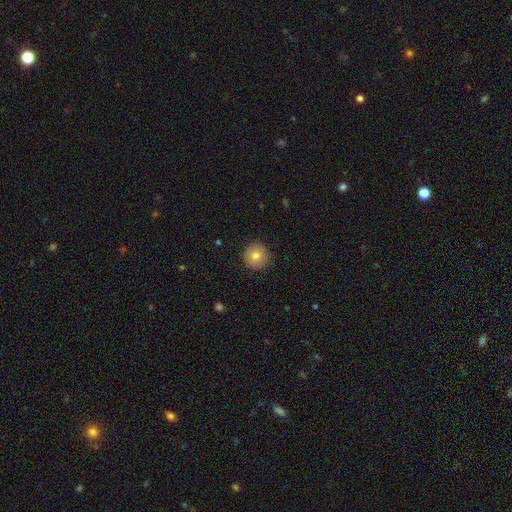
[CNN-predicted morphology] This is likely a smooth galaxy (78%). How rounded: clearly round (95%). Merging: clearly none (89%).